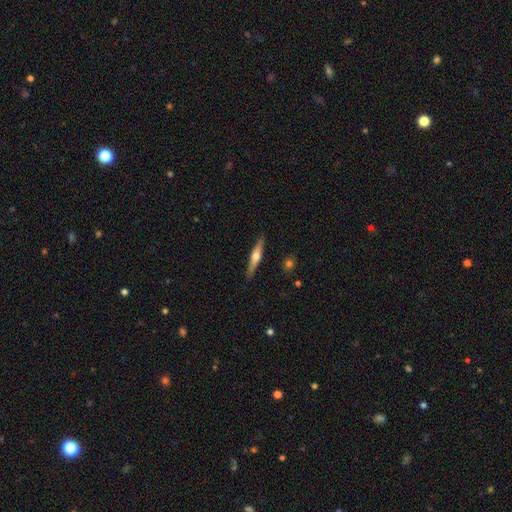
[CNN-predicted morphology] Smooth or featured: featured or disk — 64% (smooth — 31%)
Edge-on disk: yes — 97% (no — 3%)
Edge-on bulge: rounded — 93% (none — 4%)
Merging: none — 90% (minor disturbance — 7%)